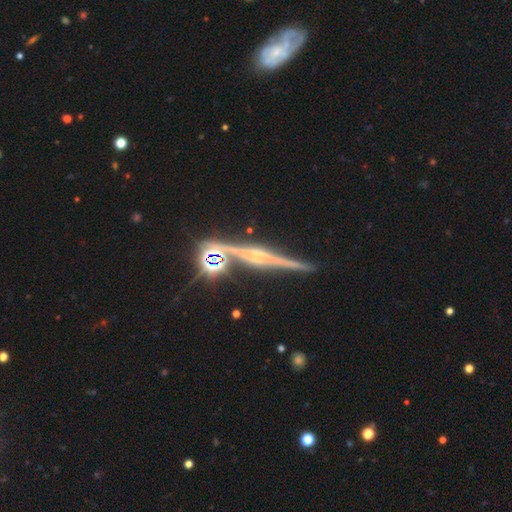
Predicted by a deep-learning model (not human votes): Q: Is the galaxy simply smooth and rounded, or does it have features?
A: featured or disk — 82%.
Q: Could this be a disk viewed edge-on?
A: yes — 97%.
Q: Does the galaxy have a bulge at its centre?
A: rounded — 77%.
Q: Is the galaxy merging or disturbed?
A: none — 78%.